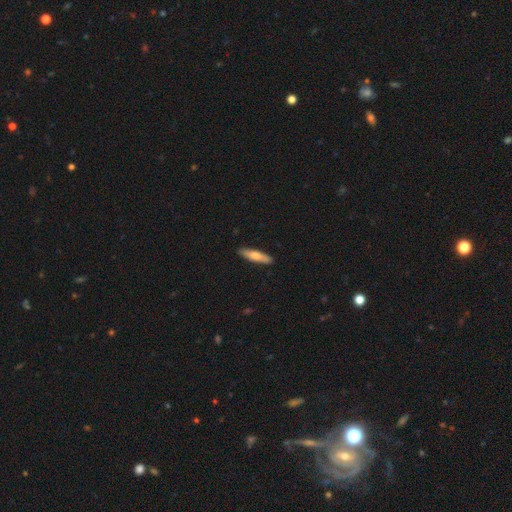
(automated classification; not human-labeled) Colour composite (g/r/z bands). It shows a smooth galaxy with no disk features (70%) that is cigar-shaped (81%). Merging: none (89%).